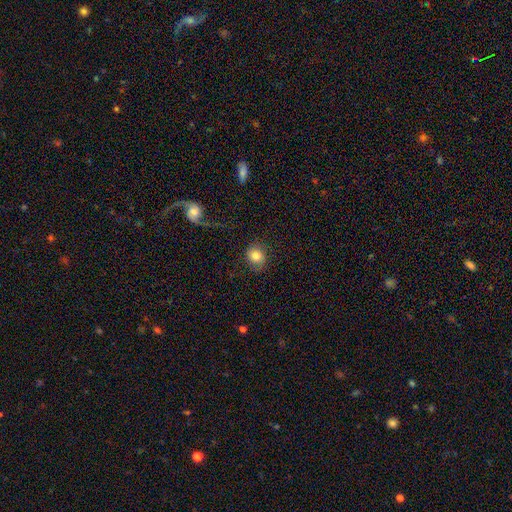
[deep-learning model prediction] This appears to be a smooth galaxy with no disk features (75%) that is round (73%). Merging: none (73%).